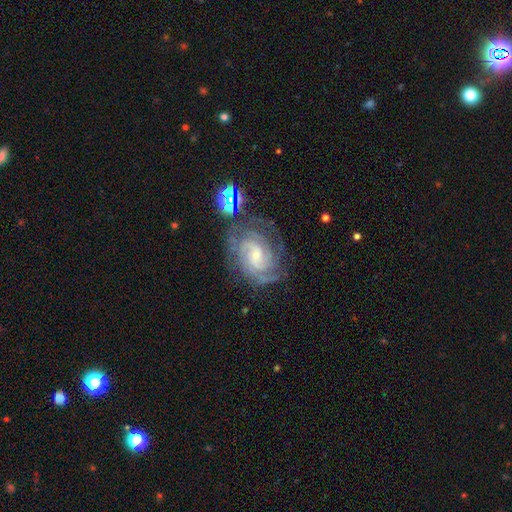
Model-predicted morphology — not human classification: Smooth or featured? featured or disk (87%)
Edge-on disk? no (97%)
Bar? no (58%)
Spiral arms? yes (97%)
Spiral winding? tight (68%)
Spiral arm count? can't tell (26%)
Bulge size? small (76%)
Merging? none (68%)